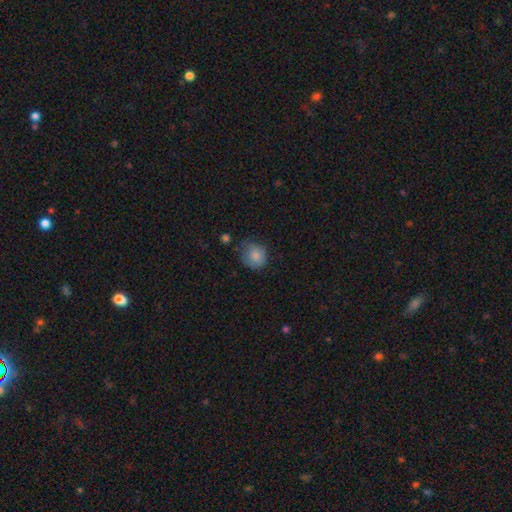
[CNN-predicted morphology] A smooth galaxy with no disk features (84%) that is round (83%). Merging: none (66%).